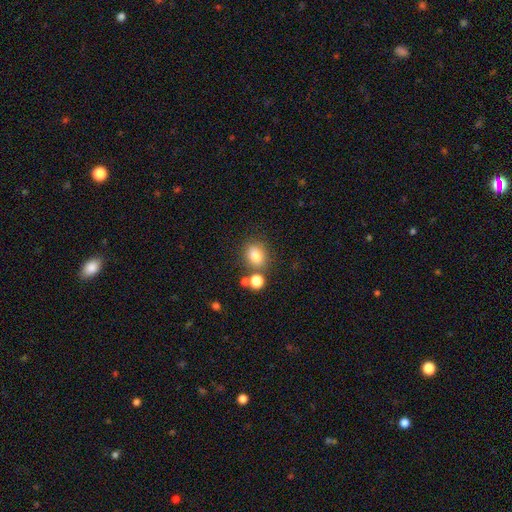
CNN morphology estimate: Smooth or featured? smooth (82%)
How rounded? round (55%)
Merging? none (68%)